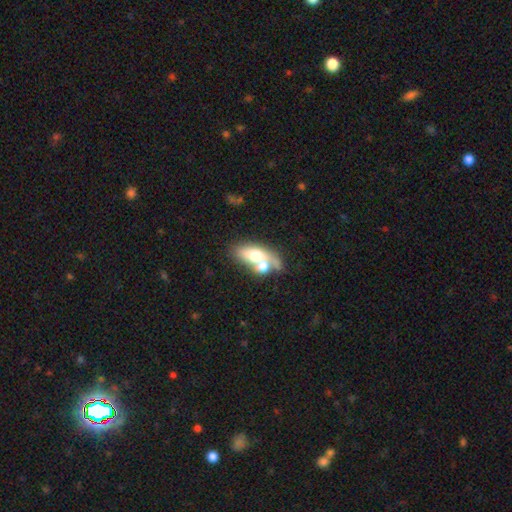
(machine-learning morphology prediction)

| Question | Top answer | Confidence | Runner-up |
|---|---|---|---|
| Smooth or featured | smooth | 58% | featured or disk (34%) |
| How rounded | in between | 79% | cigar-shaped (12%) |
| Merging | merger | 61% | none (22%) |